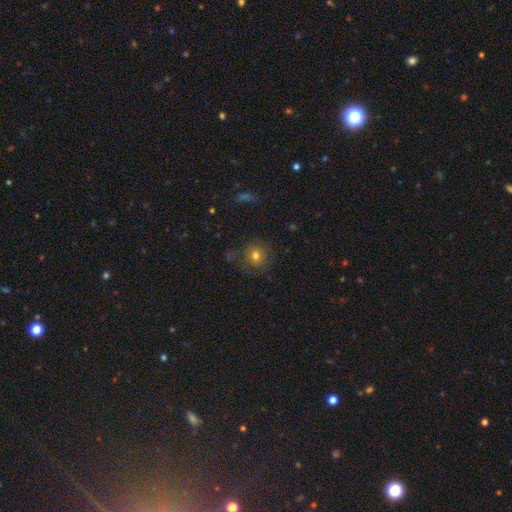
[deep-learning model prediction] A smooth galaxy with no disk features (72%) that is round (83%). Merging: none (75%).